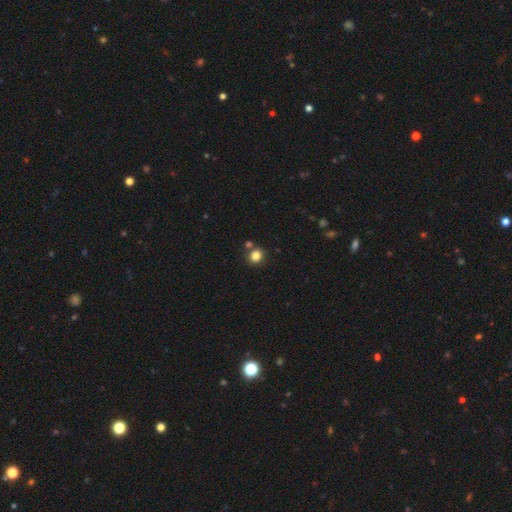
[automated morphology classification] smooth-or-featured: smooth: 83% | star or artifact: 12% | featured or disk: 5%
  how-rounded: round: 81% | in between: 18% | cigar-shaped: 1%
  merging: none: 76% | merger: 13% | minor disturbance: 9% | major disturbance: 3%